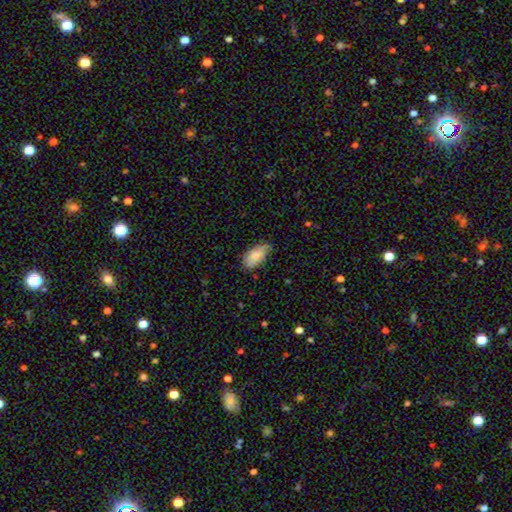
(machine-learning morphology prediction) The model was most divided on "merging": none: 62%, minor disturbance: 31%, major disturbance: 6%, merger: 2%. More confident: how rounded — in between (94%); smooth or featured — smooth (79%).